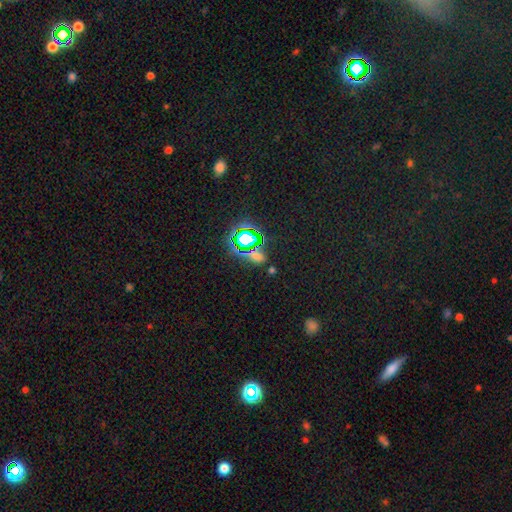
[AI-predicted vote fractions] Q: Smooth or featured?
A: star or artifact (54%); runner-up: smooth (36%)